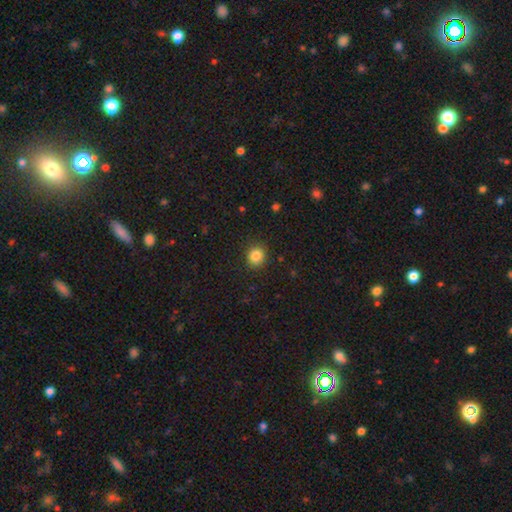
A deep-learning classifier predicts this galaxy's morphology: A smooth galaxy with no disk features (85%) that is round (80%). Merging: none (88%).